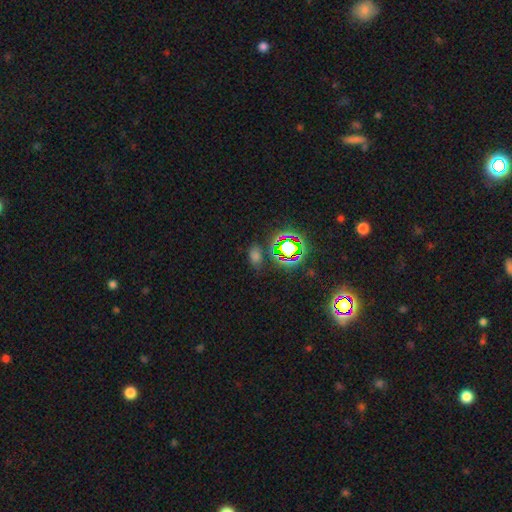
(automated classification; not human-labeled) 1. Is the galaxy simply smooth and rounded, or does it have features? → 48% star or artifact, 42% smooth, 10% featured or disk.